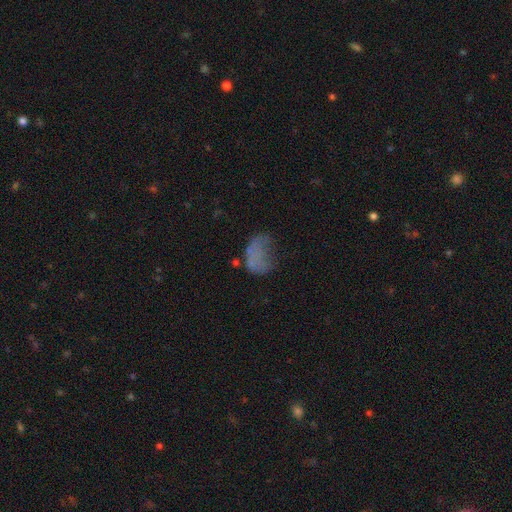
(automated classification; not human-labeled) smooth 53%, featured or disk 30%, star or artifact 18%. Down the decision tree: how rounded — in between (79%); merging — major disturbance (43%).